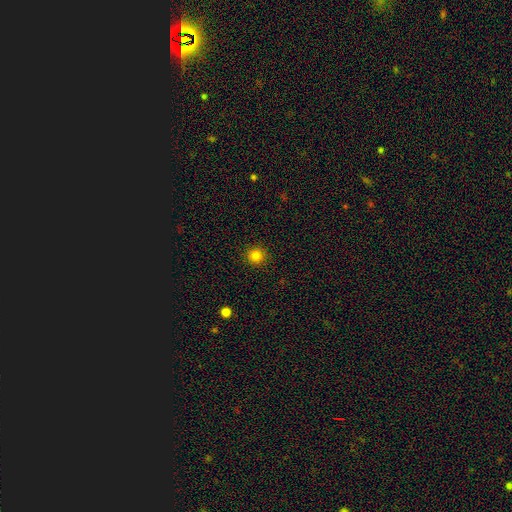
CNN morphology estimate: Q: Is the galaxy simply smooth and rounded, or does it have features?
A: smooth — 83%.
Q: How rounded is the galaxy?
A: round — 95%.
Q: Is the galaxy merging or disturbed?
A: none — 92%.